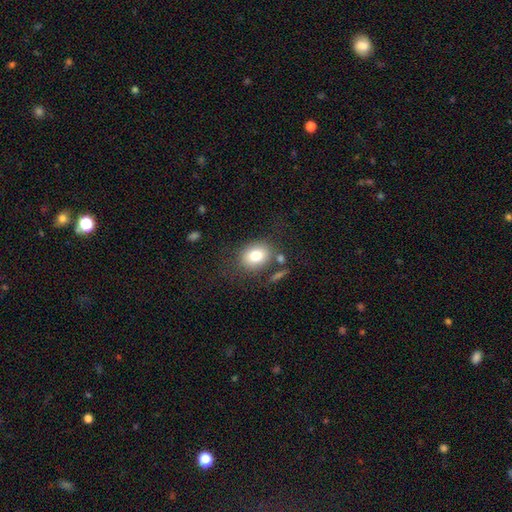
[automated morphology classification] A smooth galaxy with no disk features (78%) that is in between round and cigar-shaped (53%).

Vote fractions:
- Smooth or featured? smooth: 78% / featured or disk: 12% / star or artifact: 10%
- How rounded? in between: 53% / round: 45% / cigar-shaped: 1%
- Merging? none: 69% / minor disturbance: 15% / merger: 8% / major disturbance: 7%